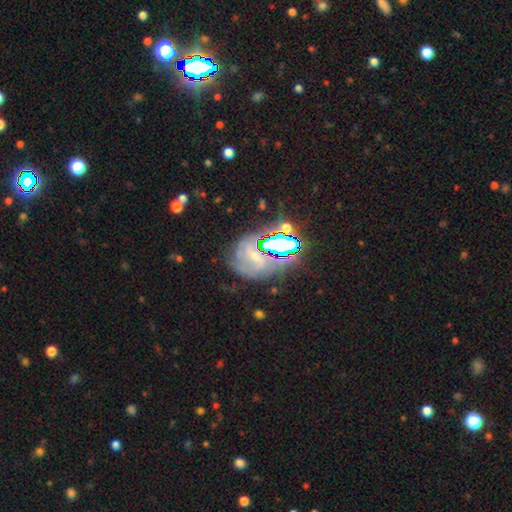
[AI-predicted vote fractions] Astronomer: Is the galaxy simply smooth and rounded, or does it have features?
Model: featured or disk — 52% (runner-up: star or artifact, 30%).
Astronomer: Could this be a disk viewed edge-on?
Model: no — 96%.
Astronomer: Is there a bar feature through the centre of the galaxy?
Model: no — 41% (runner-up: weak, 38%).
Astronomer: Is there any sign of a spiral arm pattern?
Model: yes — 85%.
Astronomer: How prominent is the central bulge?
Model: small — 63%.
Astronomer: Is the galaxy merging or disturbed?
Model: none — 58%.